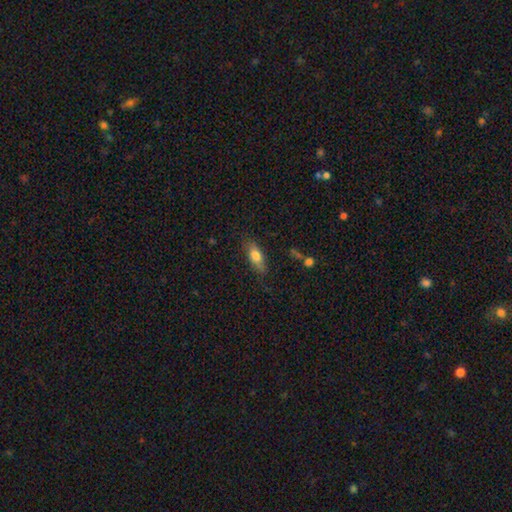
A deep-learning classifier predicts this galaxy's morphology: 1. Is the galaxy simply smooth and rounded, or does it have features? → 72% smooth, 21% featured or disk, 7% star or artifact.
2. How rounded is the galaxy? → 68% in between, 29% cigar-shaped, 3% round.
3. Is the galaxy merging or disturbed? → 76% none, 17% minor disturbance, 5% major disturbance, 2% merger.